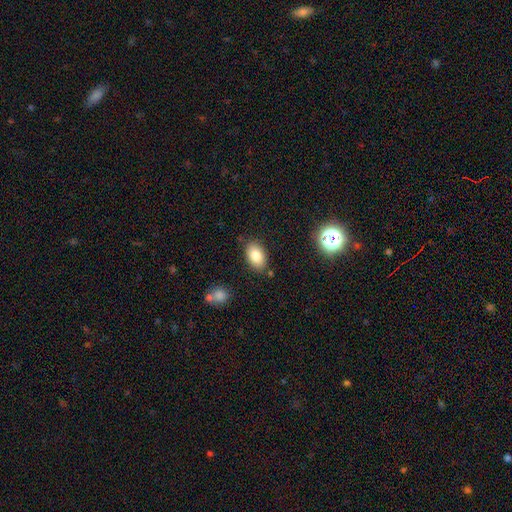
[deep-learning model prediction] The model was most divided on "smooth or featured": smooth: 80%, featured or disk: 11%, star or artifact: 9%. More confident: how rounded — in between (89%); merging — none (84%).